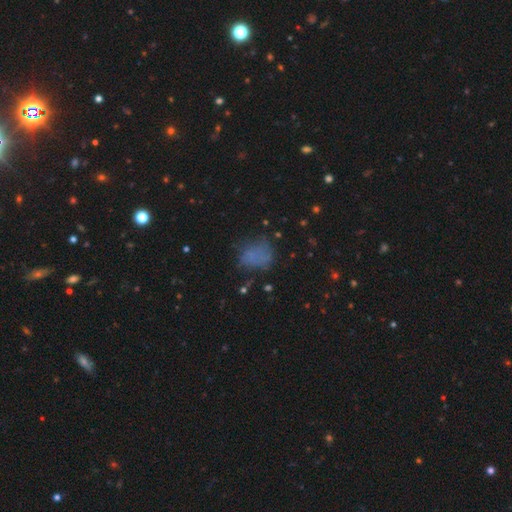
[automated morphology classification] smooth 61%, star or artifact 20%, featured or disk 19%. Down the decision tree: how rounded — in between (56%); merging — none (48%).